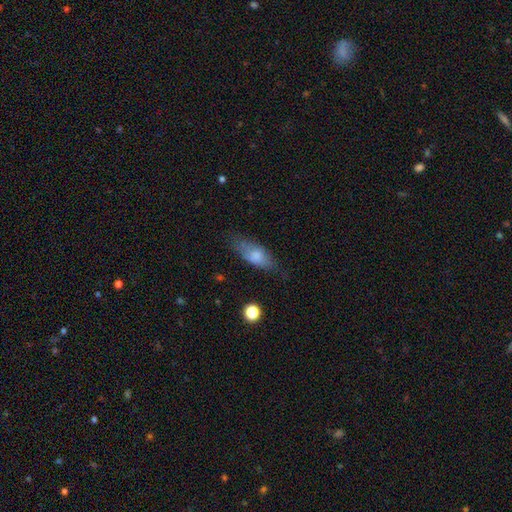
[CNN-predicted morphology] A smooth galaxy with no disk features (71%) that is in between round and cigar-shaped (76%). Merging: none (63%).